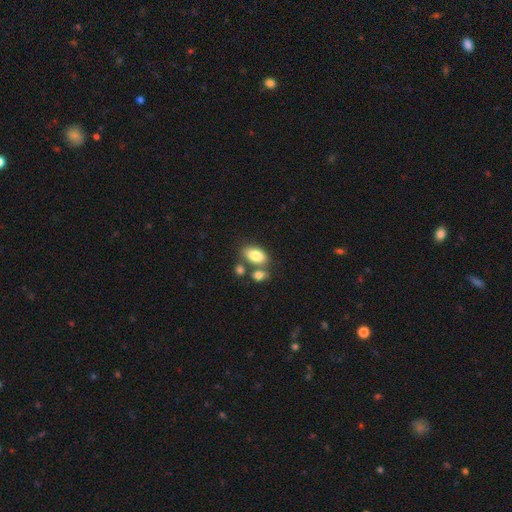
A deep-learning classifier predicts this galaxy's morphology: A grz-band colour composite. It shows a smooth galaxy with no disk features (82%) that is in between round and cigar-shaped (90%). Merging: none (53%).